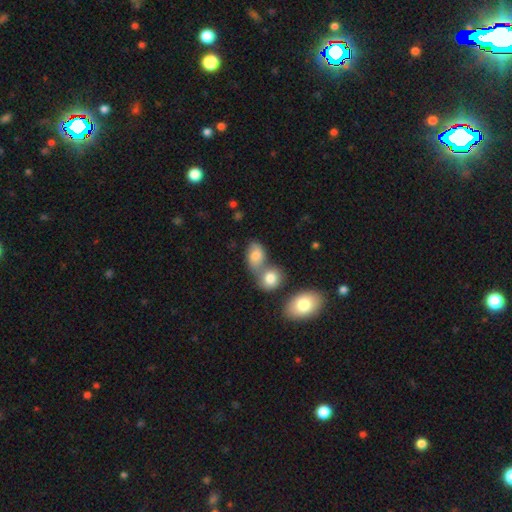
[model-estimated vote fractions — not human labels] Smooth or featured: smooth — 68% (featured or disk — 23%)
How rounded: in between — 74% (round — 24%)
Merging: merger — 48% (none — 33%)